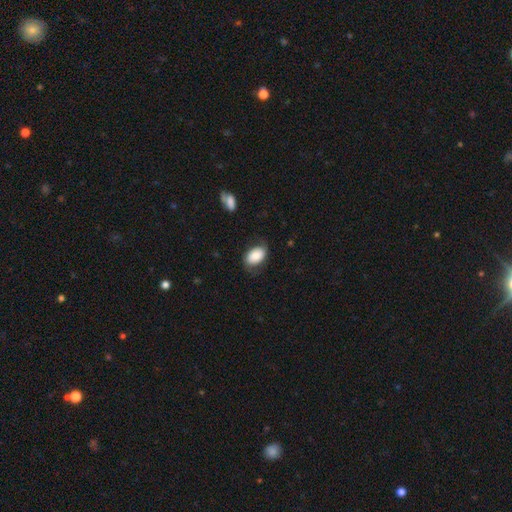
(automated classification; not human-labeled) Overall: smooth (82%). How rounded: in between (89%). Merging: none (71%).